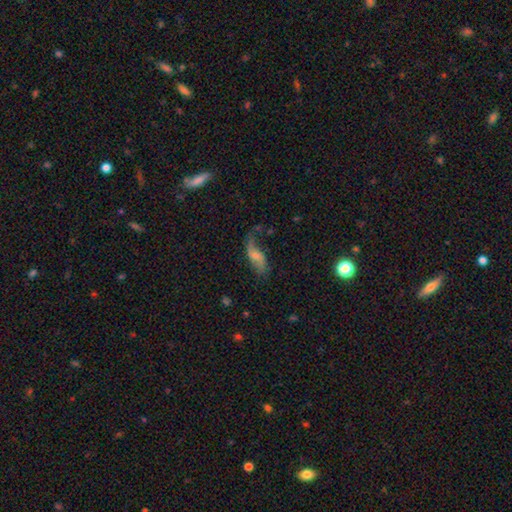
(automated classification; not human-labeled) Overall: featured or disk (62%; smooth 28%). Edge-on disk: no (91%). Bar: no (46%; weak 40%). Spiral arms: yes (86%). Bulge size: none (40%; small 34%). Merging: none (47%; minor disturbance 24%).